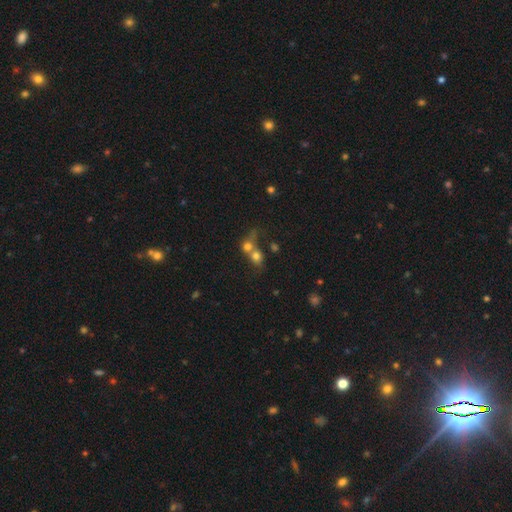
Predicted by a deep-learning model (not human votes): Smooth or featured: smooth — 70% (featured or disk — 17%)
How rounded: round — 70% (in between — 29%)
Merging: merger — 69% (none — 20%)